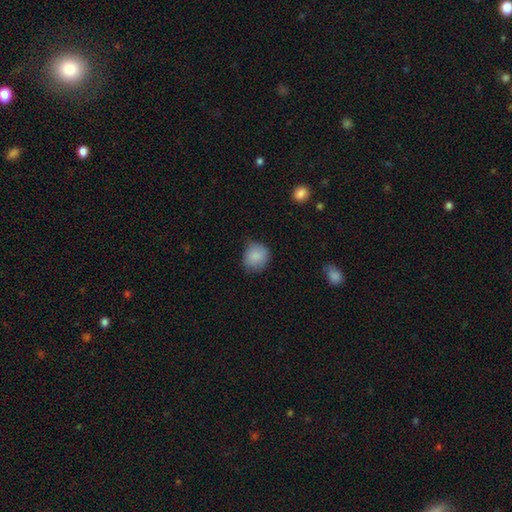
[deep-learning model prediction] Q: Smooth or featured?
A: smooth (86%); runner-up: star or artifact (8%)
Q: How rounded?
A: round (83%); runner-up: in between (16%)
Q: Merging?
A: none (67%); runner-up: minor disturbance (26%)